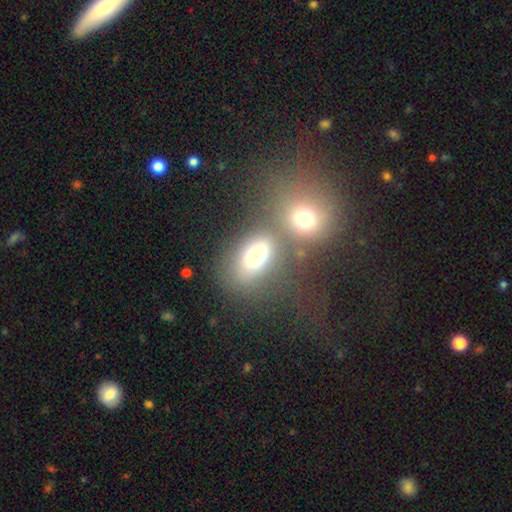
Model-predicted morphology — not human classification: A smooth galaxy with no disk features (72%) that is in between round and cigar-shaped (79%). Merging: none (49%).